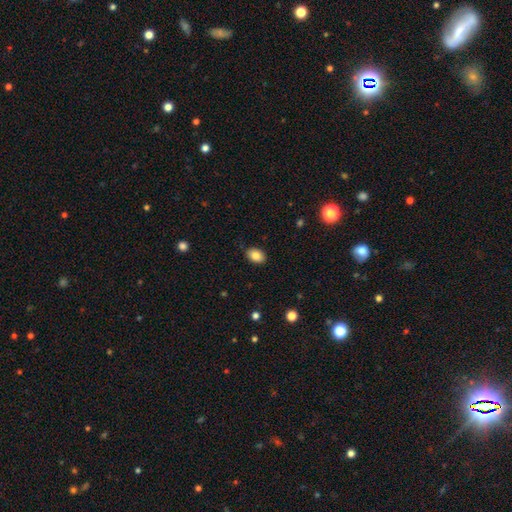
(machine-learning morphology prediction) smooth_or_featured: smooth (p=0.84) [alt: star or artifact p=0.08]
how_rounded: in between (p=0.81) [alt: round p=0.18]
merging: none (p=0.88) [alt: minor disturbance p=0.09]